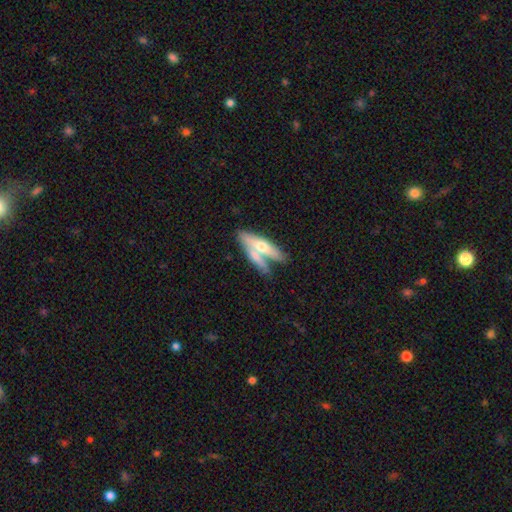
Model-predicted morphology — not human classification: The model was most divided on "merging": merger: 44%, none: 39%, minor disturbance: 11%, major disturbance: 5%. More confident: how rounded — cigar-shaped (60%); smooth or featured — smooth (52%).